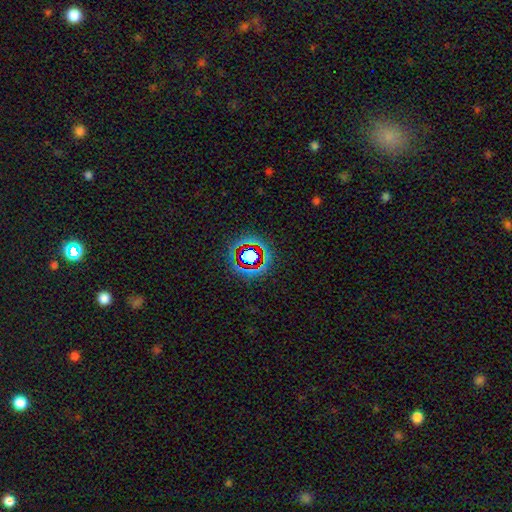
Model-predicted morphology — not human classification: smooth-or-featured: star or artifact: 66% | smooth: 21% | featured or disk: 13%